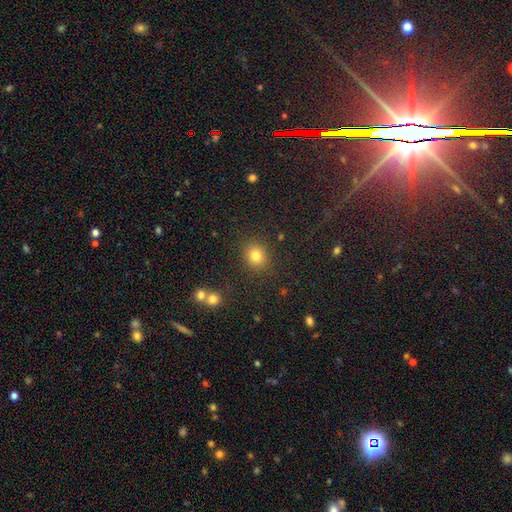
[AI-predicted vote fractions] Overall: smooth (81%). How rounded: round (75%). Merging: none (86%).